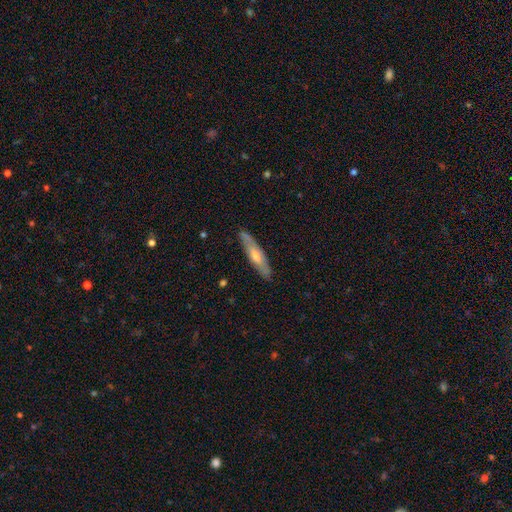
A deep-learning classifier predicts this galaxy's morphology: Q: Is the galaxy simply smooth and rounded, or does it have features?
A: featured or disk — 53%.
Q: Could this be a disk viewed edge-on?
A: yes — 63%.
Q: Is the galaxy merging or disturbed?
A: none — 84%.